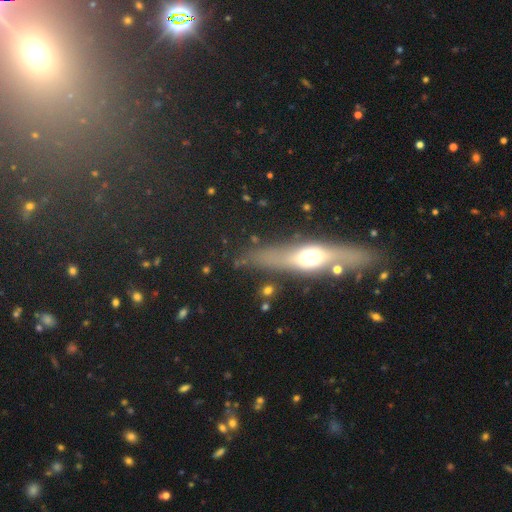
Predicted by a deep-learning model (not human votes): smooth-or-featured: featured or disk: 58% | smooth: 29% | star or artifact: 14%
  disk-edge-on: yes: 85% | no: 15%
  merging: none: 83% | minor disturbance: 11% | major disturbance: 3% | merger: 3%